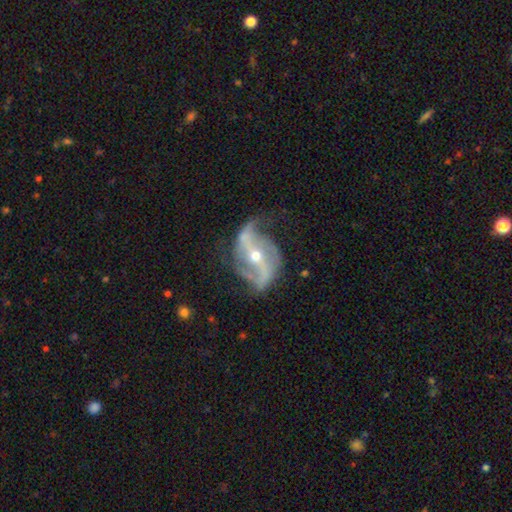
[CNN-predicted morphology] This is clearly a featured or disk galaxy (89%). It is clearly not viewed edge-on (95%). Bar: possibly strong (60%). Spiral arm pattern: clearly yes (94%). Spiral arm count: clearly 2 (86%). Spiral winding: possibly loose (58%). Central bulge: possibly moderate (50%). Merging: possibly none (60%).